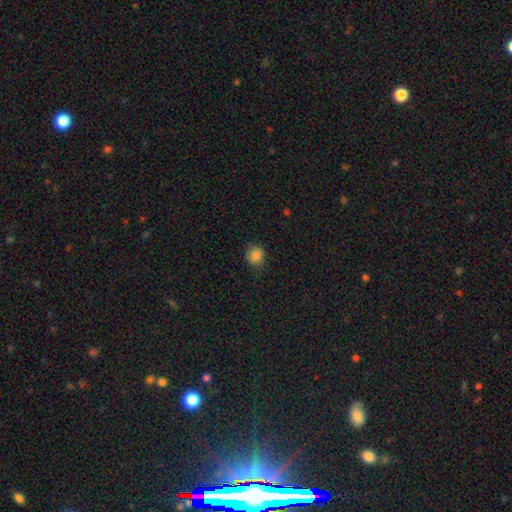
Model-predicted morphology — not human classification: smooth 85%, star or artifact 11%, featured or disk 4%. Down the decision tree: how rounded — round (71%); merging — none (78%).